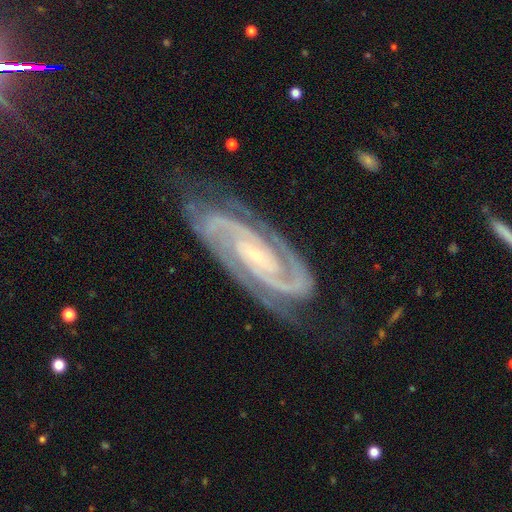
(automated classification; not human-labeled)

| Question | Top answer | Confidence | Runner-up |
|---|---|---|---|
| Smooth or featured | featured or disk | 93% | star or artifact (4%) |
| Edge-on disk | no | 96% | yes (4%) |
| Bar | no | 44% | weak (32%) |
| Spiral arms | yes | 99% | no (1%) |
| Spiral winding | tight | 66% | medium (30%) |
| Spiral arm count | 2 | 89% | 3 (4%) |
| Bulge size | small | 77% | moderate (14%) |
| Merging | none | 77% | minor disturbance (17%) |